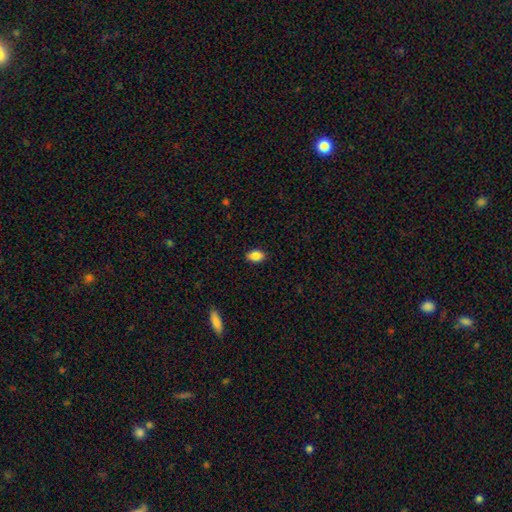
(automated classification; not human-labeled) Smooth or featured? Predicted: smooth (p=0.87). How rounded? Predicted: in between (p=0.84). Merging? Predicted: none (p=0.88).